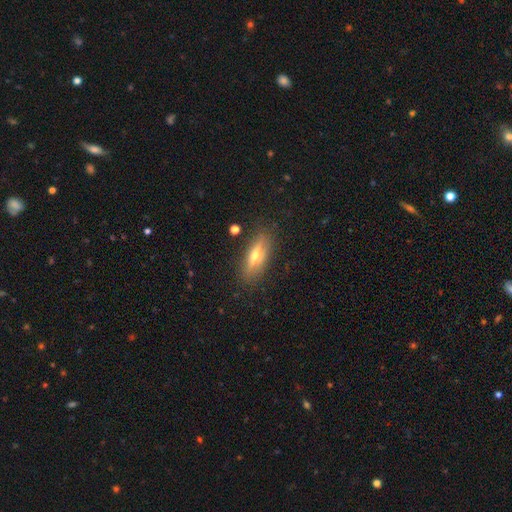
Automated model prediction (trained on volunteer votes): The model was most divided on "smooth or featured": featured or disk: 55%, smooth: 37%, star or artifact: 8%. More confident: edge-on disk — yes (87%); merging — none (85%).